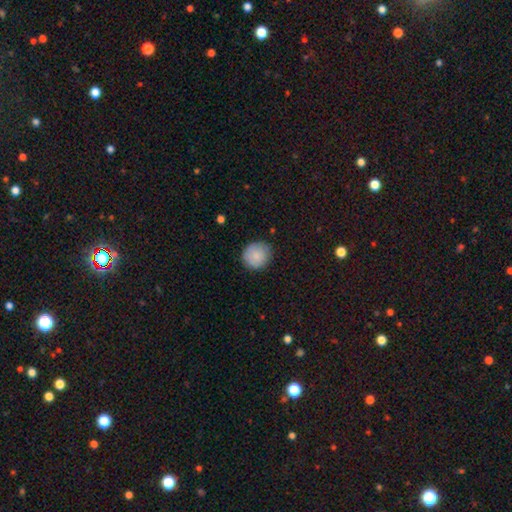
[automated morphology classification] The model was most divided on "merging": none: 83%, minor disturbance: 14%, major disturbance: 3%, merger: 1%. More confident: how rounded — round (87%); smooth or featured — smooth (86%).